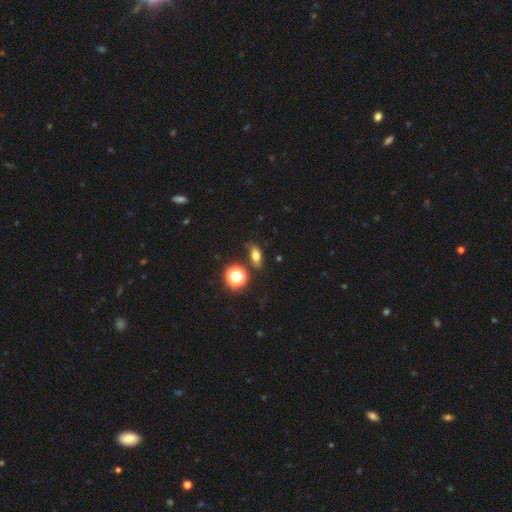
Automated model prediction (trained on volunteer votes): This appears to be a smooth galaxy with no disk features (67%) that is in between round and cigar-shaped (71%). Merging: none (76%).